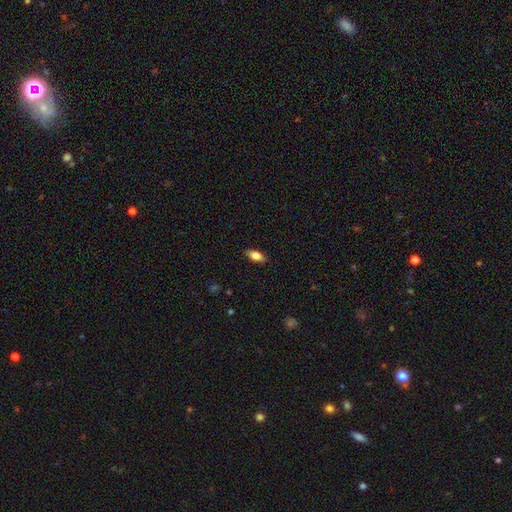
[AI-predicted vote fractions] Smooth or featured: smooth — 66% (featured or disk — 27%)
How rounded: in between — 77% (cigar-shaped — 19%)
Merging: none — 88% (minor disturbance — 9%)